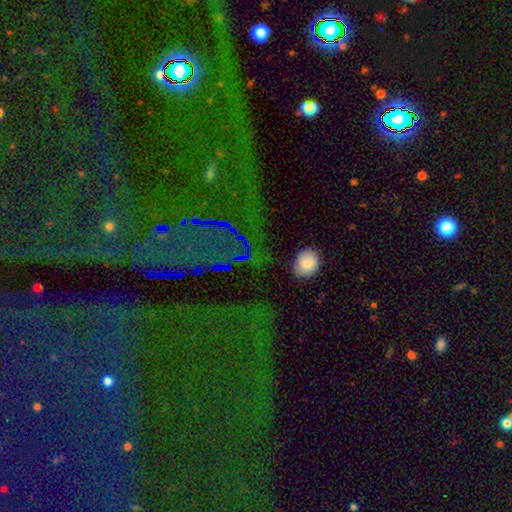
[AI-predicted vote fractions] Smooth or featured?
  - star or artifact: 46% *
  - smooth: 42%
  - featured or disk: 11%